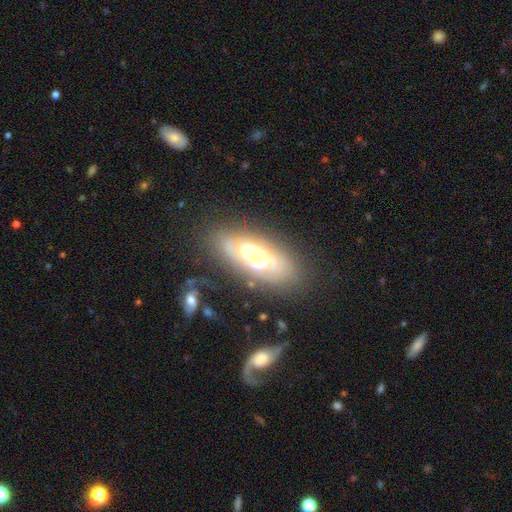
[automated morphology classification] smooth_or_featured: featured or disk (p=0.77) [alt: smooth p=0.16]
disk_edge_on: no (p=0.87) [alt: yes p=0.13]
bar: no (p=0.68) [alt: weak p=0.24]
has_spiral_arms: yes (p=0.79) [alt: no p=0.21]
spiral_winding: tight (p=0.71) [alt: medium p=0.22]
spiral_arm_count: can't tell (p=0.52) [alt: 2 p=0.26]
bulge_size: moderate (p=0.44) [alt: small p=0.40]
merging: none (p=0.72) [alt: minor disturbance p=0.17]